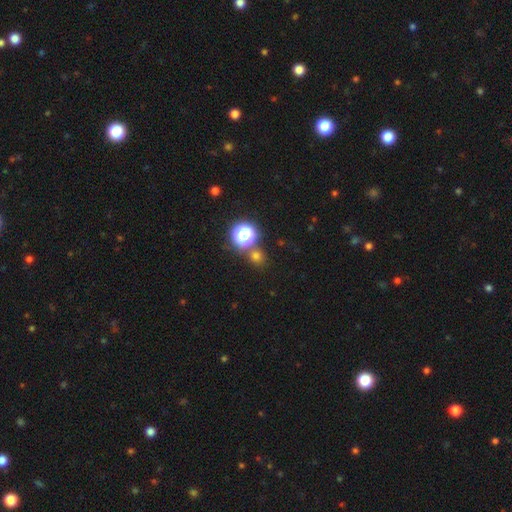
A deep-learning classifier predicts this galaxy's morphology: This appears to be a smooth galaxy with no disk features (66%) that is round (86%). Merging: none (74%).